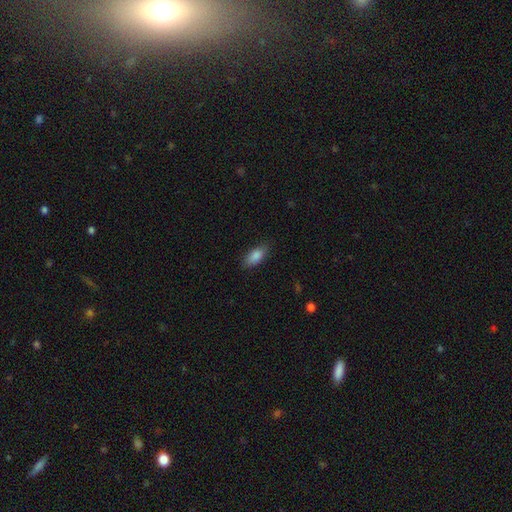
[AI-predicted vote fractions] Morphology: type=smooth (87%); roundness=in between (88%); merging=none (84%).